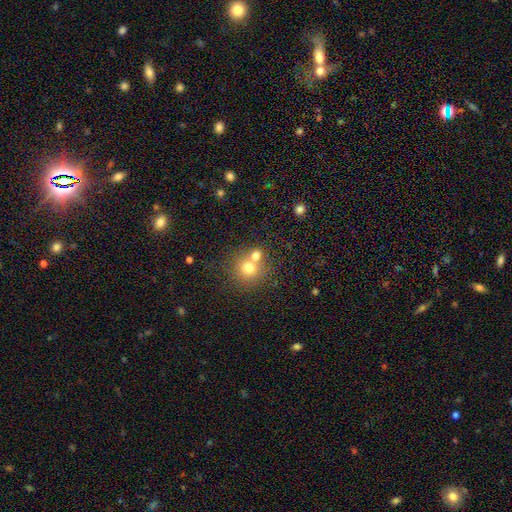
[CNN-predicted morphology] This appears to be a smooth galaxy with no disk features (71%) that is round (85%). Merging: none (46%).